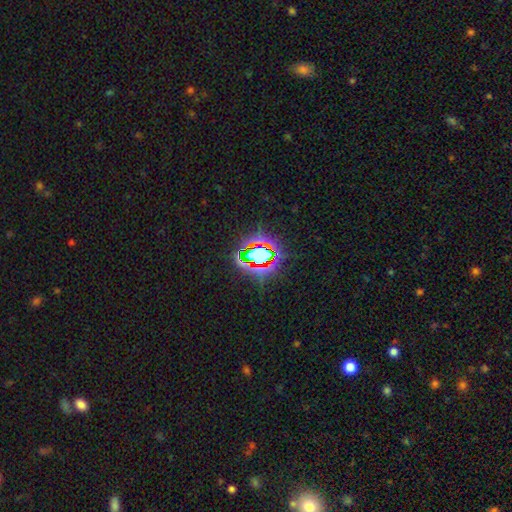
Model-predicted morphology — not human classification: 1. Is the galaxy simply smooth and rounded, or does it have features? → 71% star or artifact, 16% smooth, 12% featured or disk.